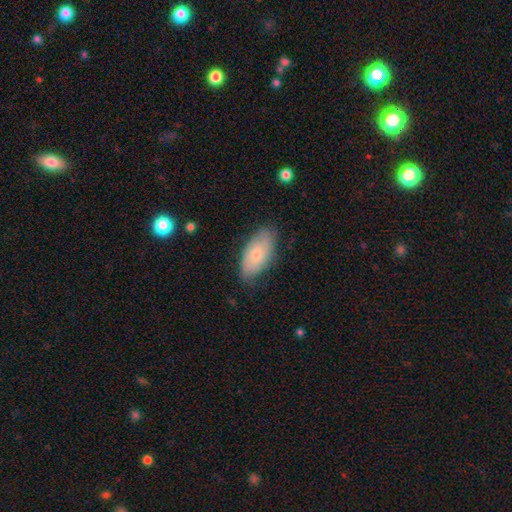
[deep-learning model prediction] Smooth or featured? Predicted: smooth (p=0.69). How rounded? Predicted: in between (p=0.93). Merging? Predicted: none (p=0.71).